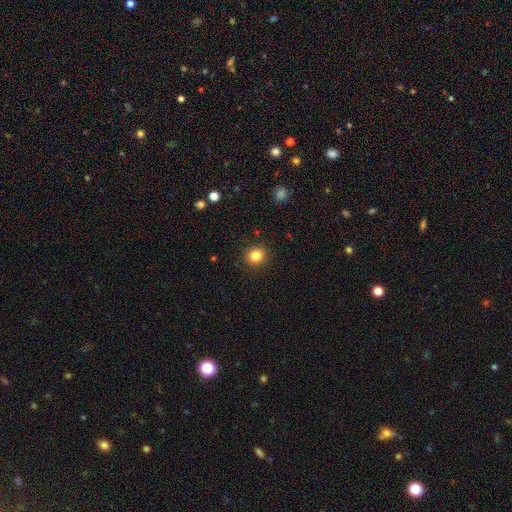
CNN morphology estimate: Q: Smooth or featured?
A: smooth (84%); runner-up: star or artifact (11%)
Q: How rounded?
A: round (91%); runner-up: in between (8%)
Q: Merging?
A: none (91%); runner-up: minor disturbance (6%)